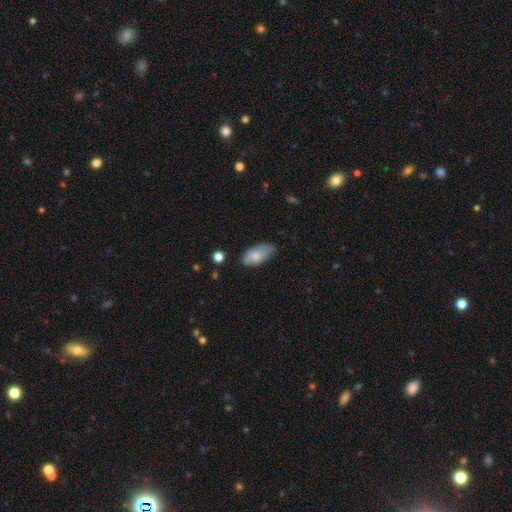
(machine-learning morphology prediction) smooth-or-featured: smooth: 74% | featured or disk: 20% | star or artifact: 6%
  how-rounded: in between: 92% | cigar-shaped: 5% | round: 3%
  merging: none: 62% | minor disturbance: 30% | major disturbance: 6% | merger: 2%